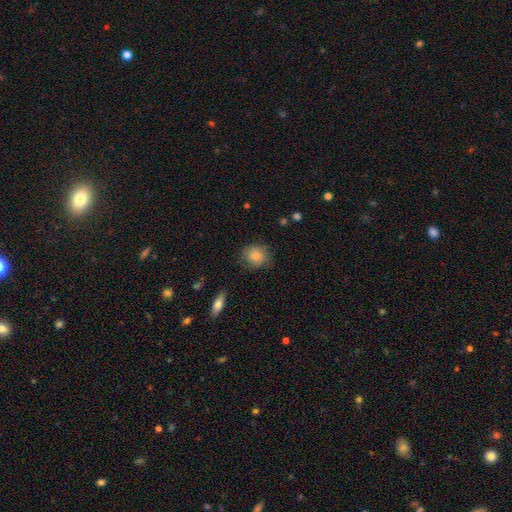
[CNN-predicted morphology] Smooth or featured? Predicted: smooth (p=0.79). How rounded? Predicted: round (p=0.76). Merging? Predicted: none (p=0.73).